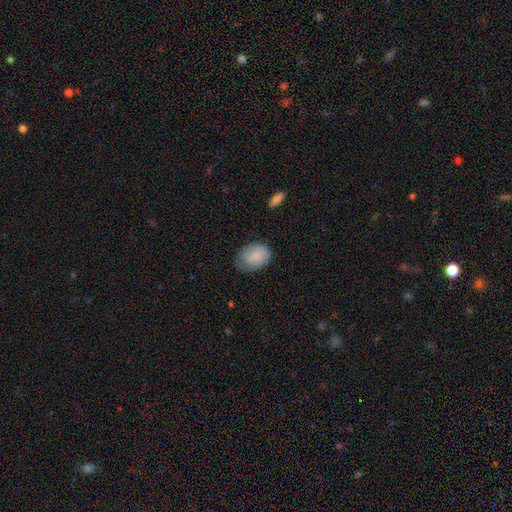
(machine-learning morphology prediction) smooth_or_featured: smooth (p=0.78) [alt: featured or disk p=0.15]
how_rounded: in between (p=0.73) [alt: round p=0.26]
merging: none (p=0.62) [alt: minor disturbance p=0.29]